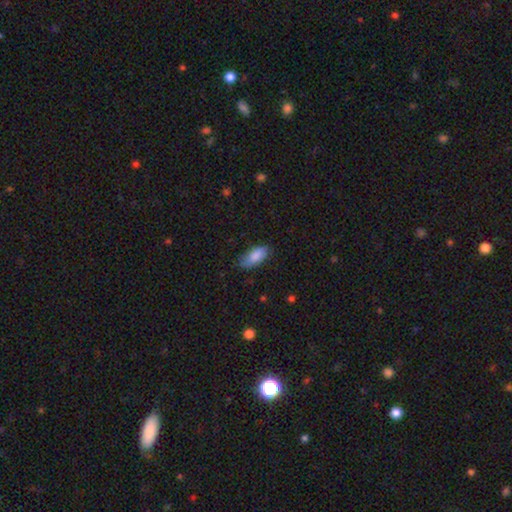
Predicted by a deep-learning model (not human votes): Overall: smooth (86%). How rounded: in between (87%). Merging: none (73%).